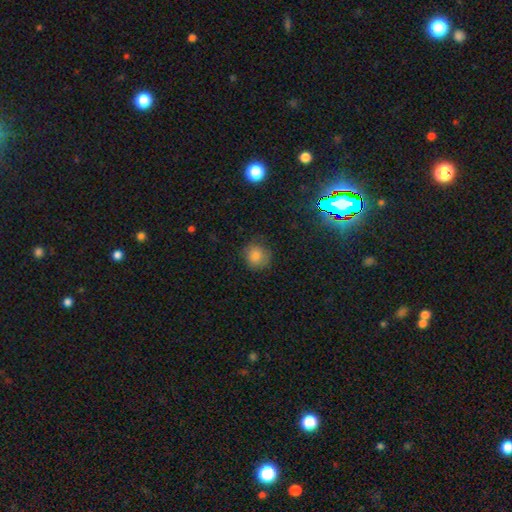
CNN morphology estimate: smooth_or_featured: smooth (p=0.80) [alt: star or artifact p=0.11]
how_rounded: round (p=0.86) [alt: in between p=0.13]
merging: none (p=0.76) [alt: minor disturbance p=0.18]